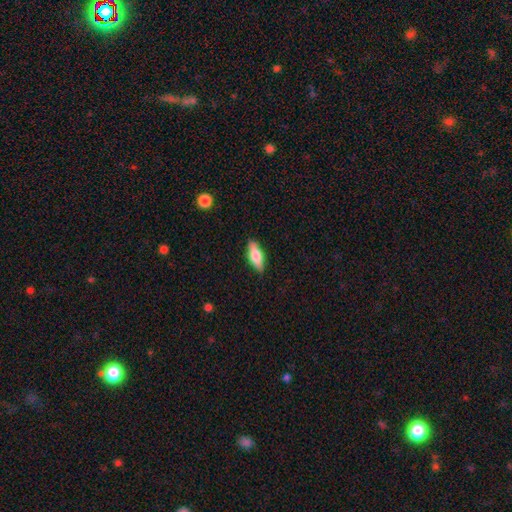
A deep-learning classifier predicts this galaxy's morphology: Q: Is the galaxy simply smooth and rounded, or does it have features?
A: smooth — 65%.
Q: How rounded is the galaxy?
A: in between — 65%.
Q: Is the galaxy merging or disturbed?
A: none — 87%.